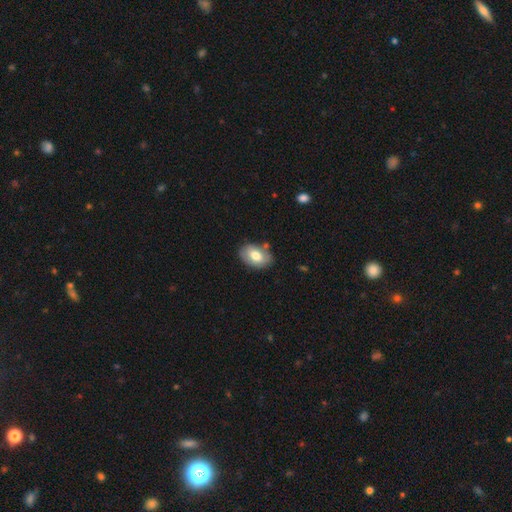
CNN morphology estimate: Smooth or featured: smooth — 71% (featured or disk — 23%)
How rounded: in between — 87% (round — 12%)
Merging: none — 74% (minor disturbance — 18%)